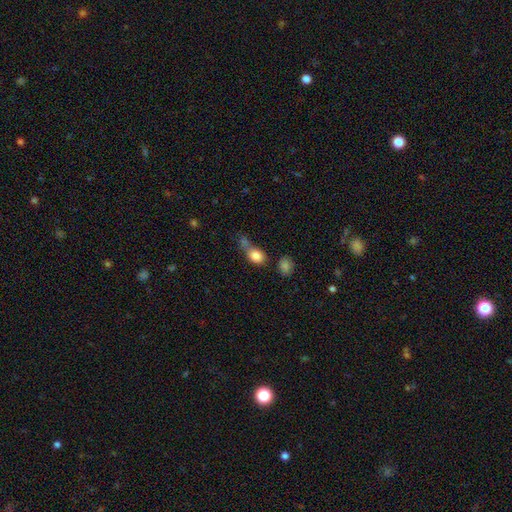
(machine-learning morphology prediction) A smooth galaxy with no disk features (81%) that is in between round and cigar-shaped (49%).

Vote fractions:
- Smooth or featured? smooth: 81% / star or artifact: 10% / featured or disk: 9%
- How rounded? in between: 49% / round: 48% / cigar-shaped: 3%
- Merging? merger: 37% / none: 35% / minor disturbance: 17% / major disturbance: 12%